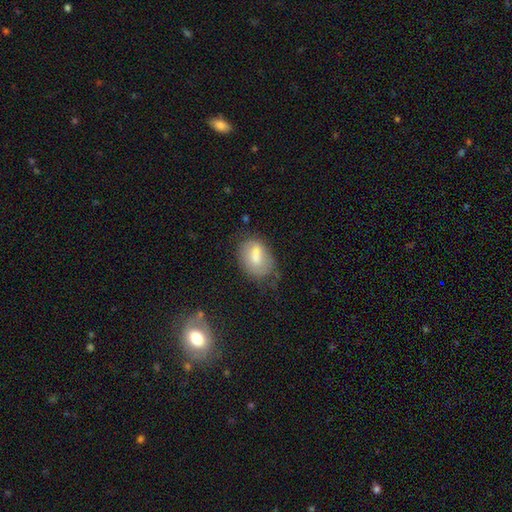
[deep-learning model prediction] Smooth or featured? Predicted: smooth (p=0.64). How rounded? Predicted: in between (p=0.72). Merging? Predicted: none (p=0.41).